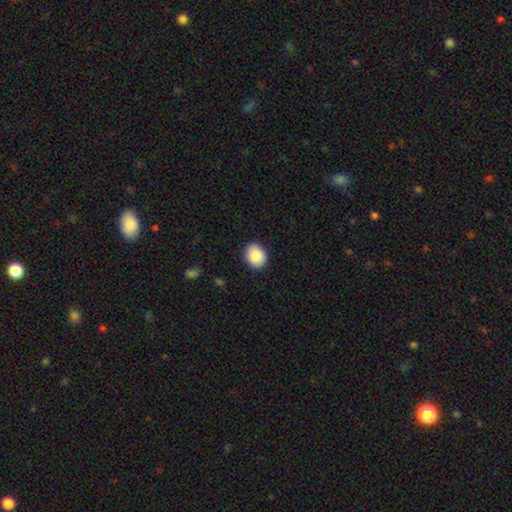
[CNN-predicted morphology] A smooth galaxy with no disk features (89%) that is in between round and cigar-shaped (50%).

Vote fractions:
- Smooth or featured? smooth: 89% / star or artifact: 7% / featured or disk: 4%
- How rounded? in between: 50% / round: 49% / cigar-shaped: 1%
- Merging? none: 89% / minor disturbance: 8% / major disturbance: 2% / merger: 1%